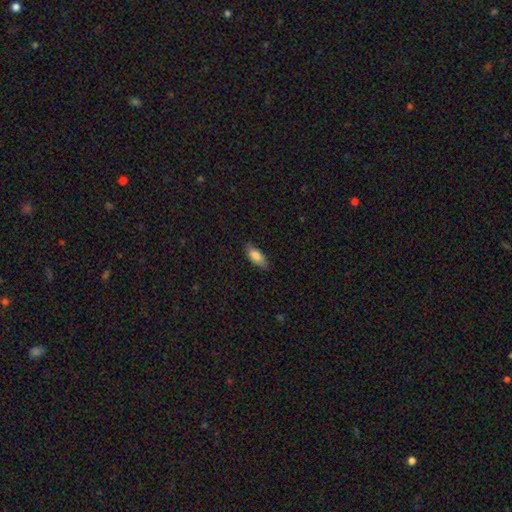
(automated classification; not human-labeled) Overall: smooth (84%). How rounded: in between (82%). Merging: none (79%).